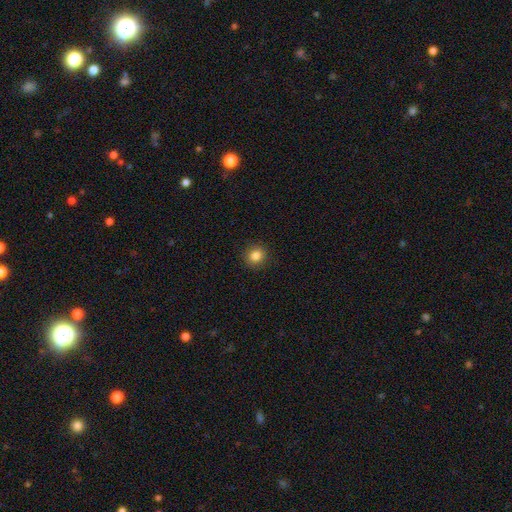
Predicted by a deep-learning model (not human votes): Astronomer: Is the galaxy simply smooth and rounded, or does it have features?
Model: smooth — 84%.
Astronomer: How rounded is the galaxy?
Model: round — 83%.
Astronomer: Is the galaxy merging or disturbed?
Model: none — 91%.